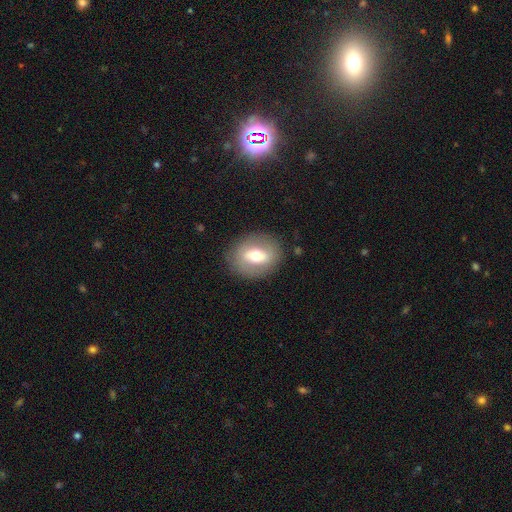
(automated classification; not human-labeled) smooth_or_featured: smooth (p=0.52) [alt: featured or disk p=0.39]
how_rounded: round (p=0.51) [alt: in between p=0.47]
merging: none (p=0.84) [alt: minor disturbance p=0.11]